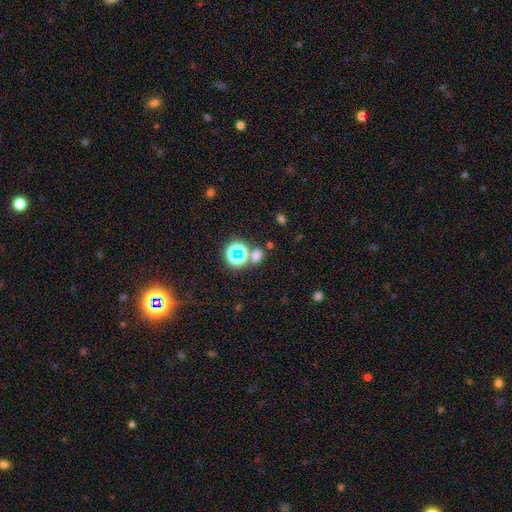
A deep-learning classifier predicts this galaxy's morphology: type=smooth (56%); roundness=round (59%); merging=none (67%).